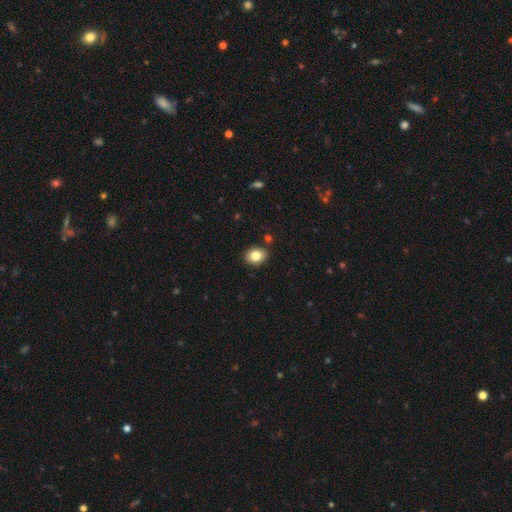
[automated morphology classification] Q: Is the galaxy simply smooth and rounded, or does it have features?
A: smooth — 82%.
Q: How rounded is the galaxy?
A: in between — 53%.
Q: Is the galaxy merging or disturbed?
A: none — 87%.